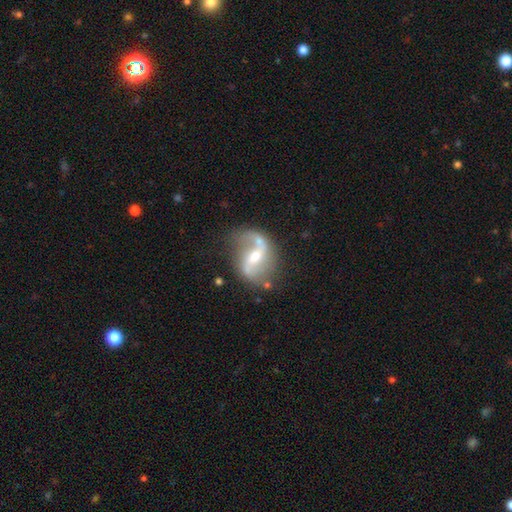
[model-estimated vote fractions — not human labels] smooth-or-featured: featured or disk: 86% | smooth: 8% | star or artifact: 6%
  disk-edge-on: no: 97% | yes: 3%
    bar: weak: 46% | strong: 32% | no: 22%
    has-spiral-arms: yes: 94% | no: 6%
      spiral-winding: loose: 69% | medium: 26% | tight: 5%
      spiral-arm-count: 2: 89% | 1: 6% | can't tell: 3% | 3: 1% | 4: 1% | more than 4: 1%
    bulge-size: moderate: 51% | small: 41% | large: 4% | none: 3% | dominant: 1%
  merging: none: 66% | minor disturbance: 18% | major disturbance: 10% | merger: 6%